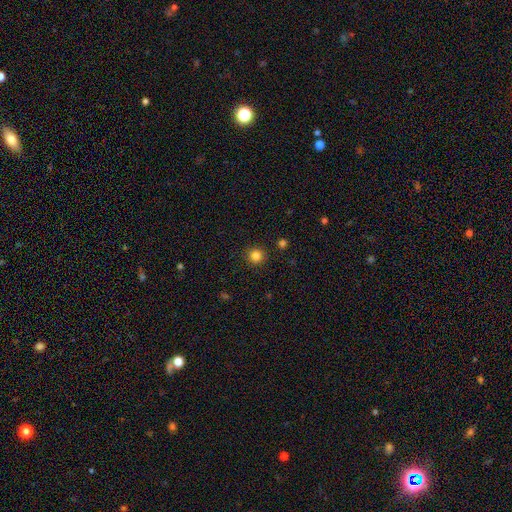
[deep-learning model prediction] A smooth galaxy with no disk features (84%) that is round (94%).

Vote fractions:
- Smooth or featured? smooth: 84% / star or artifact: 12% / featured or disk: 4%
- How rounded? round: 94% / in between: 5% / cigar-shaped: 1%
- Merging? none: 91% / minor disturbance: 5% / major disturbance: 2% / merger: 2%